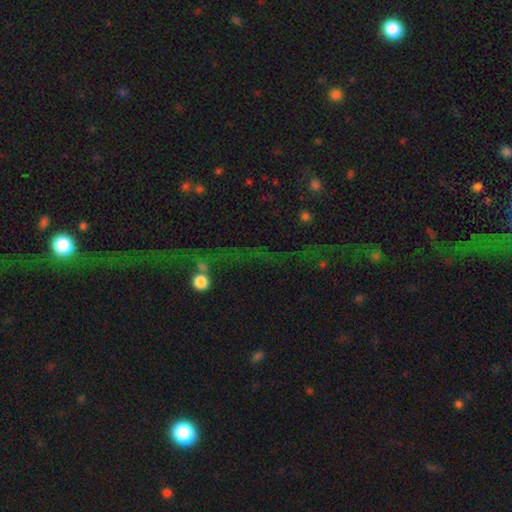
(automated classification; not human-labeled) Smooth or featured? star or artifact (69%)